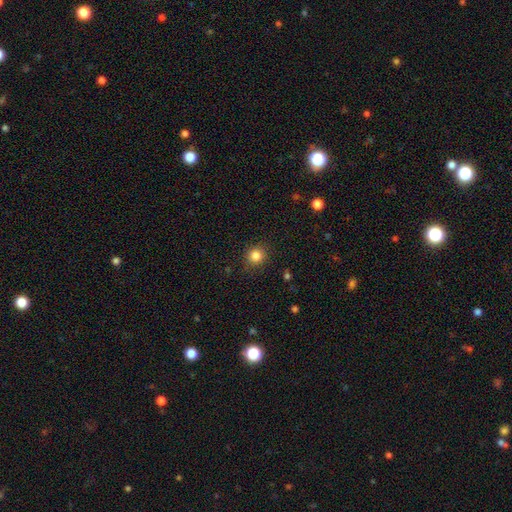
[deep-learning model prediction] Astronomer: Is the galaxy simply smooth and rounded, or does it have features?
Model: smooth — 84%.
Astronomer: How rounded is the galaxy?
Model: round — 89%.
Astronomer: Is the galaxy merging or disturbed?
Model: none — 89%.